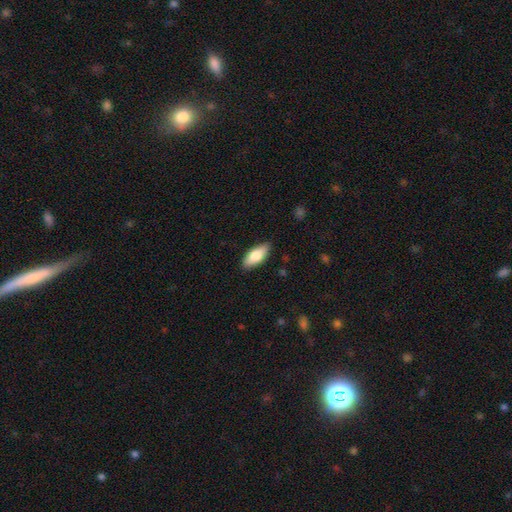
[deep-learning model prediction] Q: Smooth or featured?
A: smooth (76%); runner-up: featured or disk (18%)
Q: How rounded?
A: in between (80%); runner-up: cigar-shaped (18%)
Q: Merging?
A: none (86%); runner-up: minor disturbance (11%)